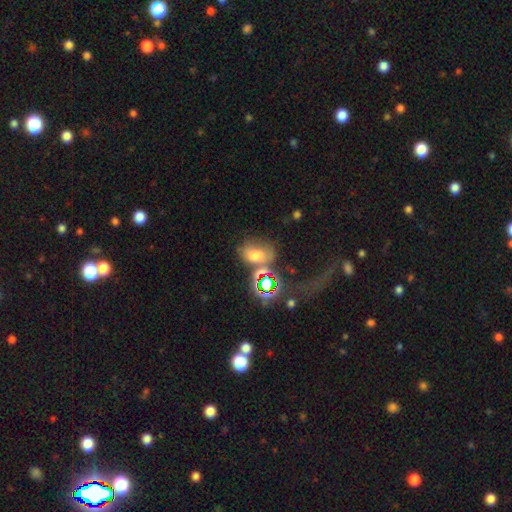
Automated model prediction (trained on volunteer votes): A smooth galaxy with no disk features (58%) that is in between round and cigar-shaped (75%). Merging: none (40%).